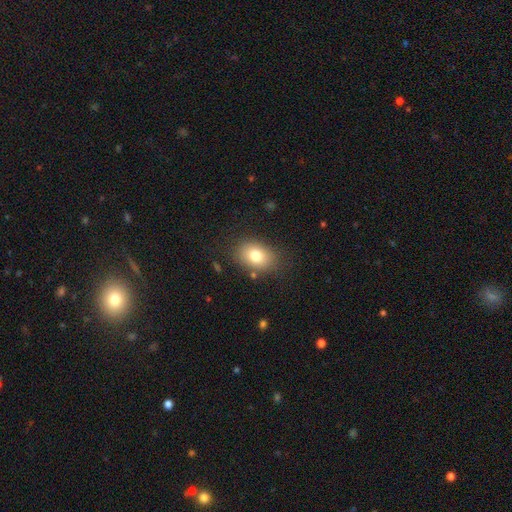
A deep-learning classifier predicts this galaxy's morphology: The model was most divided on "how rounded": in between: 71%, round: 28%, cigar-shaped: 1%. More confident: merging — none (80%); smooth or featured — smooth (77%).